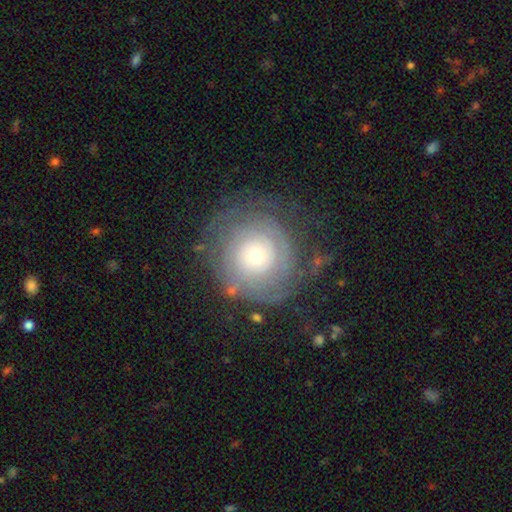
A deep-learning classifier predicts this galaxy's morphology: The model was most divided on "bulge size": small: 49%, moderate: 43%, large: 5%, dominant: 1%, none: 1%. More confident: edge-on disk — no (97%); bar — no (86%); spiral winding — tight (80%); spiral arms — yes (79%); merging — none (72%); smooth or featured — featured or disk (65%); spiral arm count — can't tell (56%).